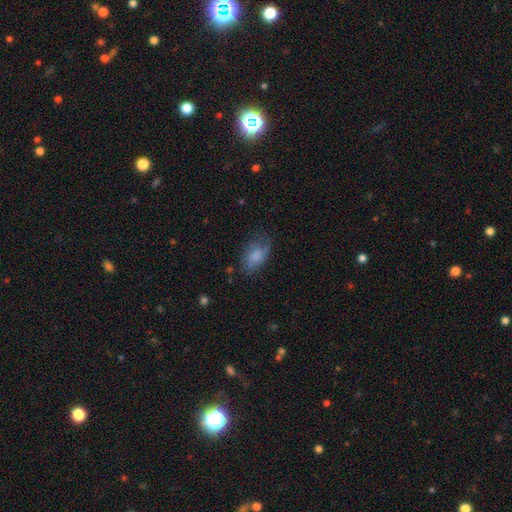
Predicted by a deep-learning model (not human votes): Smooth or featured: smooth — 58% (featured or disk — 32%)
How rounded: in between — 86% (round — 12%)
Merging: none — 48% (minor disturbance — 29%)